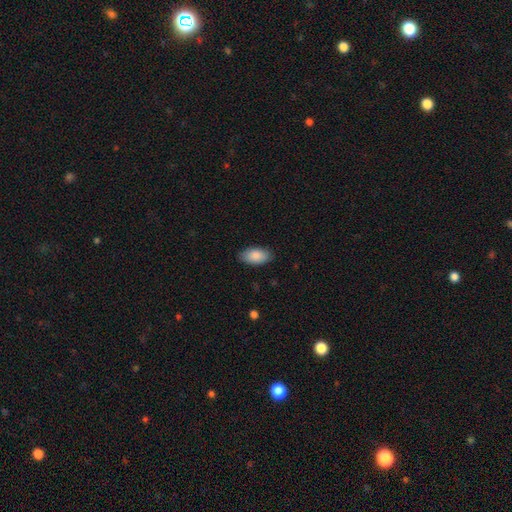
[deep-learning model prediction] smooth_or_featured: smooth (p=0.88) [alt: star or artifact p=0.06]
how_rounded: in between (p=0.94) [alt: cigar-shaped p=0.03]
merging: none (p=0.87) [alt: minor disturbance p=0.10]